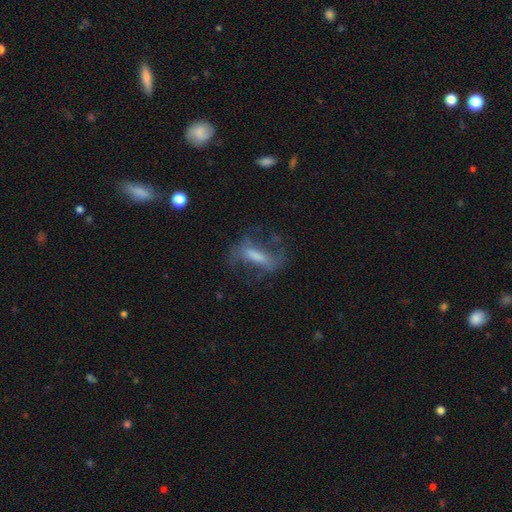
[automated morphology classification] This appears to be a featured or disk galaxy (58%). Merging: none (53%).